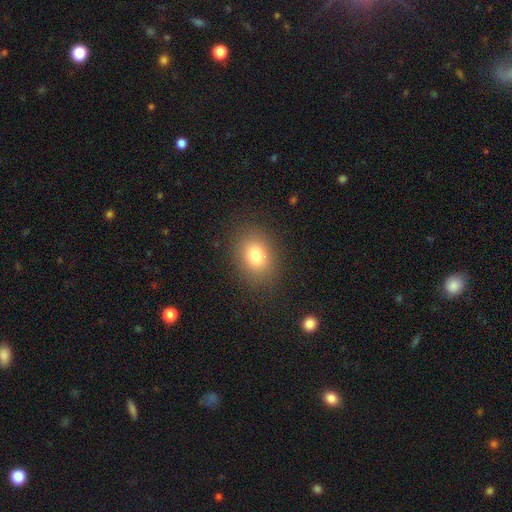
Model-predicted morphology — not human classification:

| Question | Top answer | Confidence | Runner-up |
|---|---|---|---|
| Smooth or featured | smooth | 79% | star or artifact (12%) |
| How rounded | in between | 59% | round (40%) |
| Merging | none | 86% | minor disturbance (9%) |